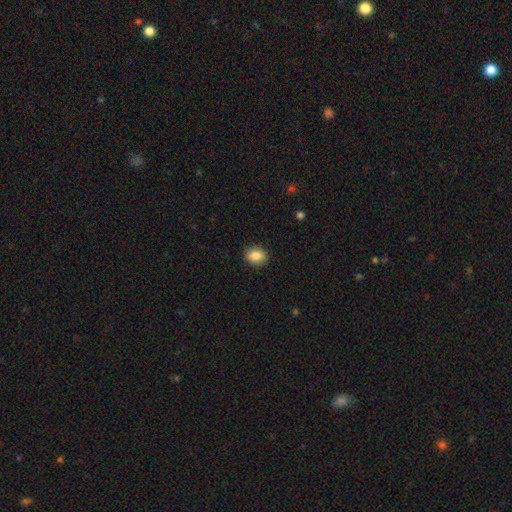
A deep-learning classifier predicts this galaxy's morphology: Smooth or featured? smooth (86%)
How rounded? in between (55%)
Merging? none (90%)